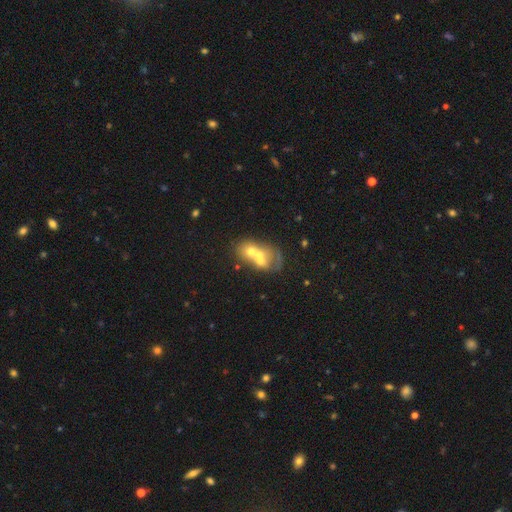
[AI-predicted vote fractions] A featured or disk galaxy (49%).

Vote fractions:
- Smooth or featured? featured or disk: 49% / smooth: 38% / star or artifact: 14%
- Merging? merger: 66% / none: 17% / major disturbance: 9% / minor disturbance: 8%